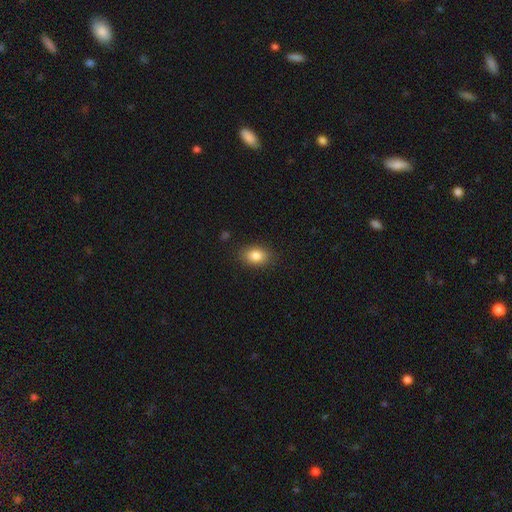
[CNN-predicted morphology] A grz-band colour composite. It shows a smooth galaxy with no disk features (84%) that is in between round and cigar-shaped (75%). Merging: none (85%).